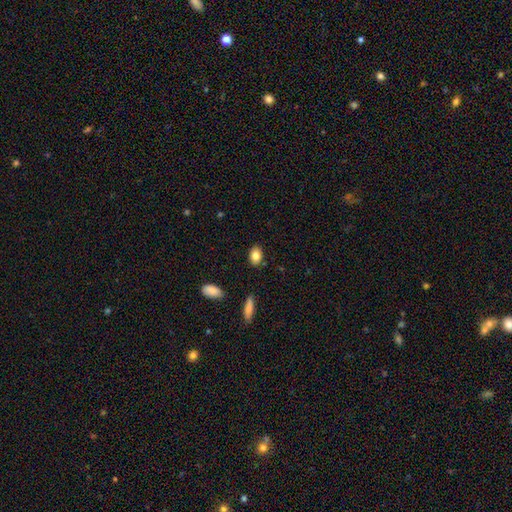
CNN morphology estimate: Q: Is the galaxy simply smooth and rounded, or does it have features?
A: smooth — 83%.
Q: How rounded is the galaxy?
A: in between — 83%.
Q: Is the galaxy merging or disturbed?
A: none — 86%.